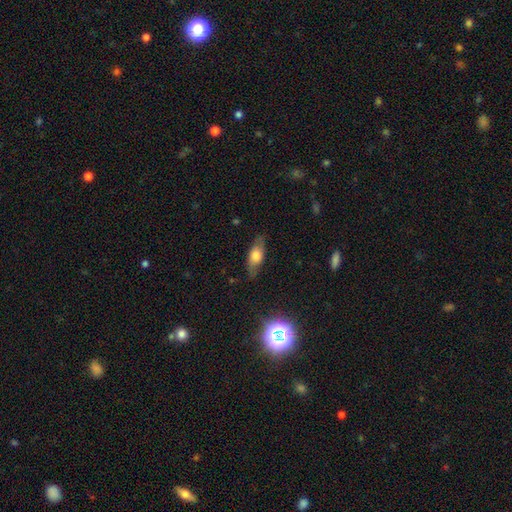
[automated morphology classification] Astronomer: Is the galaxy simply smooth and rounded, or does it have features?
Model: smooth — 55% (runner-up: featured or disk, 36%).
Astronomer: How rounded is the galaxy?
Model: in between — 72%.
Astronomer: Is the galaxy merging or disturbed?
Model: none — 75%.